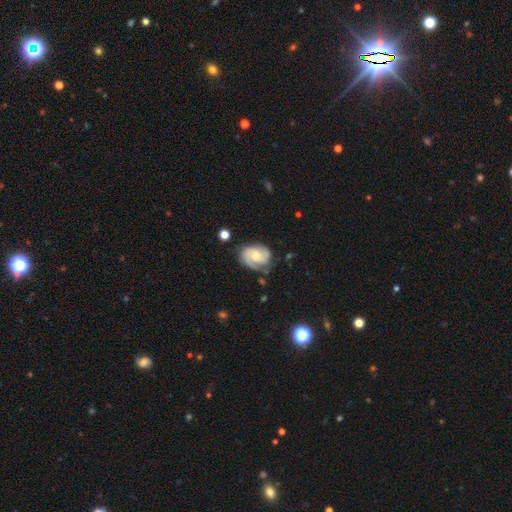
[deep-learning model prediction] A featured or disk galaxy (77%) with no bar (63%), 2 (65%) tight (45%) spiral arms (95%) and a moderate central bulge (47%).

Vote fractions:
- Smooth or featured? featured or disk: 77% / smooth: 17% / star or artifact: 6%
- Edge-on disk? no: 98% / yes: 2%
- Bar? no: 63% / weak: 31% / strong: 5%
- Spiral arms? yes: 95% / no: 5%
- Spiral winding? tight: 45% / medium: 42% / loose: 13%
- Spiral arm count? 2: 65% / can't tell: 12% / 3: 11% / 1: 8% / 4: 2% / more than 4: 2%
- Bulge size? moderate: 47% / small: 44% / none: 4% / large: 3% / dominant: 1%
- Merging? none: 67% / minor disturbance: 22% / major disturbance: 9% / merger: 2%